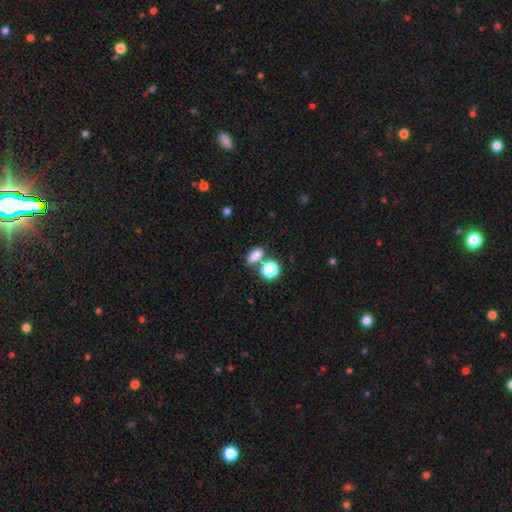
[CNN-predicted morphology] This is likely a smooth galaxy (80%). How rounded: clearly in between (81%). Merging: likely none (67%).